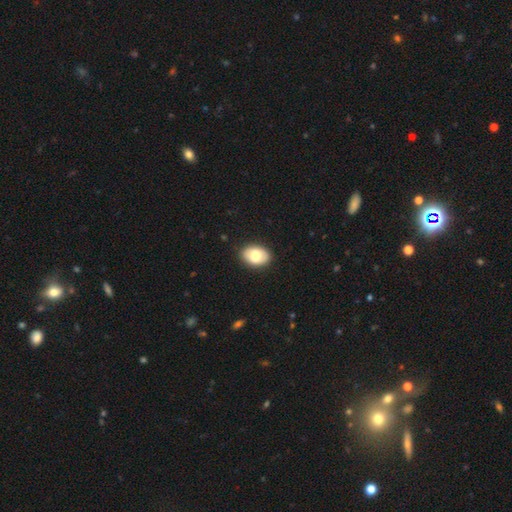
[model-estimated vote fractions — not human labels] Smooth or featured: smooth — 78% (featured or disk — 16%)
How rounded: in between — 88% (round — 11%)
Merging: none — 87% (minor disturbance — 10%)